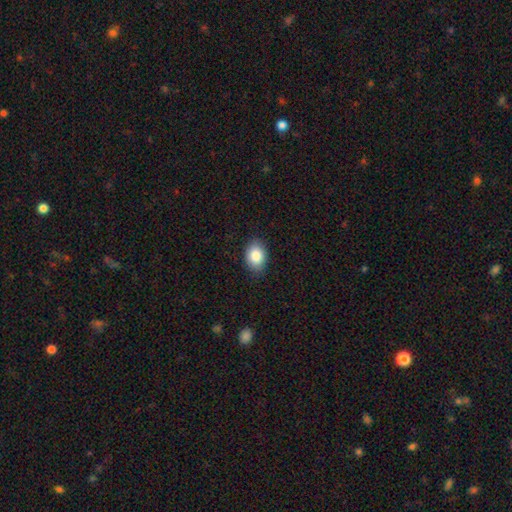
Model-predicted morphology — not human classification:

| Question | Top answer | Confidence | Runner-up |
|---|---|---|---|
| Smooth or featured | smooth | 86% | star or artifact (7%) |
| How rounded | in between | 82% | round (17%) |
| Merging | none | 86% | minor disturbance (11%) |